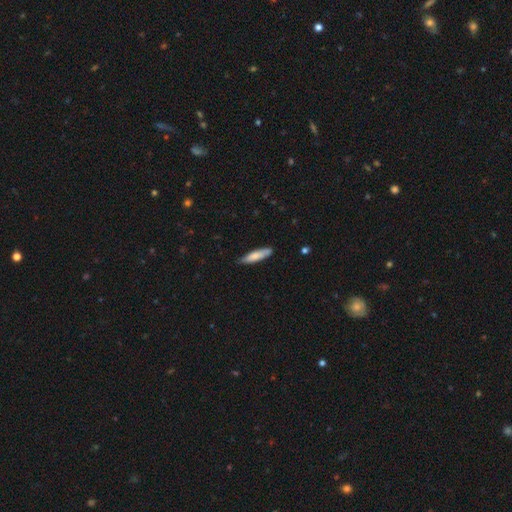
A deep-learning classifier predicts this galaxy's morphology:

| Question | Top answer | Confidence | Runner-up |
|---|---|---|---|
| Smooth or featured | smooth | 74% | featured or disk (20%) |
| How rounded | cigar-shaped | 75% | in between (24%) |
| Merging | none | 74% | minor disturbance (20%) |